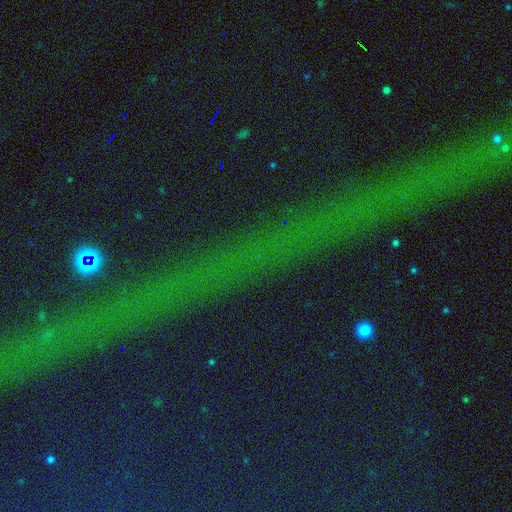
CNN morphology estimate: smooth_or_featured: star or artifact (p=0.81) [alt: featured or disk p=0.10]